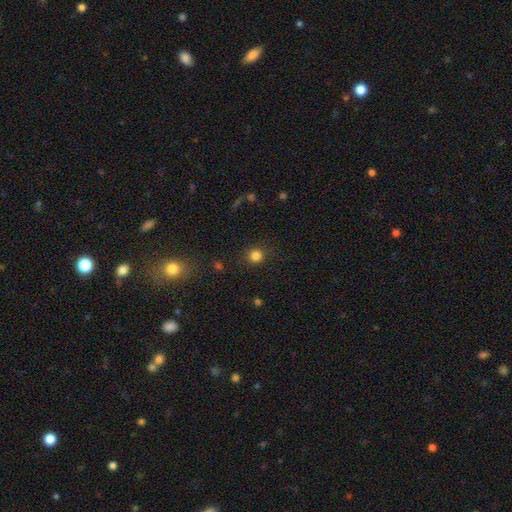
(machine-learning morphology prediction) This appears to be a smooth galaxy with no disk features (83%) that is round (91%). Merging: none (88%).